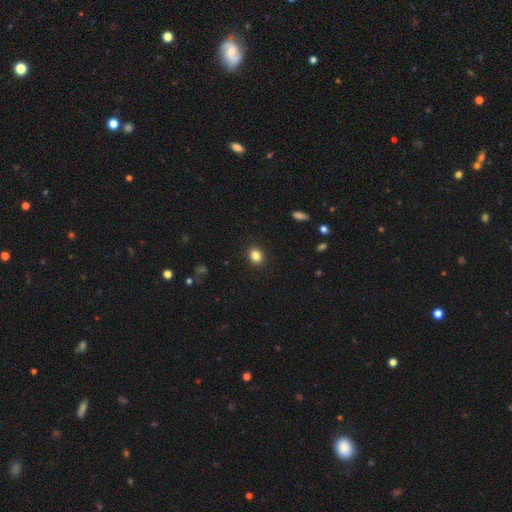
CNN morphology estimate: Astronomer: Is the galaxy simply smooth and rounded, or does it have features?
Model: smooth — 85%.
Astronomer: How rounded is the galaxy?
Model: round — 55% (runner-up: in between, 44%).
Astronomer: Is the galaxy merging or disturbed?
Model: none — 90%.